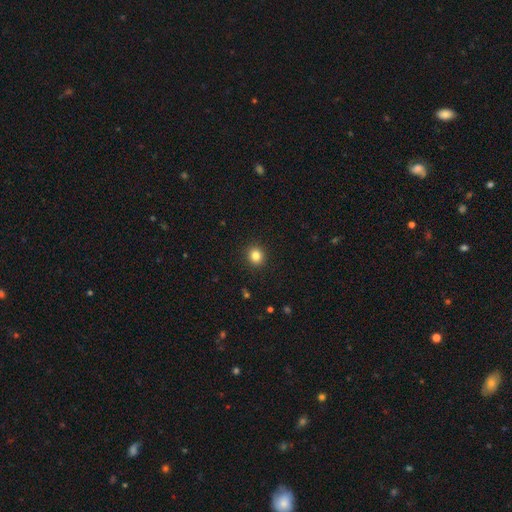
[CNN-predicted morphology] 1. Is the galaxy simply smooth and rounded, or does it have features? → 84% smooth, 11% star or artifact, 5% featured or disk.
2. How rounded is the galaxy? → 82% round, 17% in between, 1% cigar-shaped.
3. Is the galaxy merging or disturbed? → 92% none, 5% minor disturbance, 2% major disturbance, 1% merger.